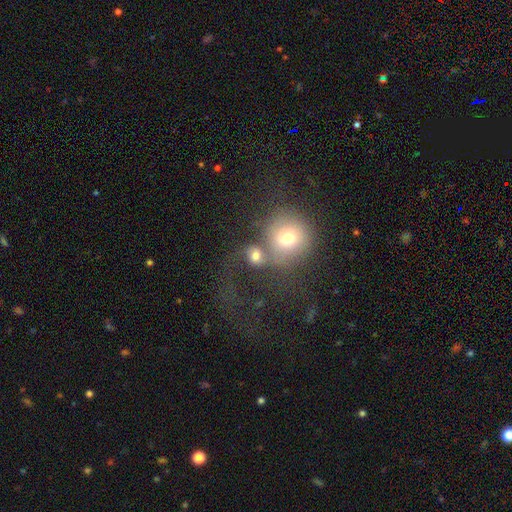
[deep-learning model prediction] A smooth galaxy with no disk features (63%) that is round (71%).

Vote fractions:
- Smooth or featured? smooth: 63% / featured or disk: 24% / star or artifact: 13%
- How rounded? round: 71% / in between: 27% / cigar-shaped: 2%
- Merging? merger: 53% / none: 25% / major disturbance: 14% / minor disturbance: 9%